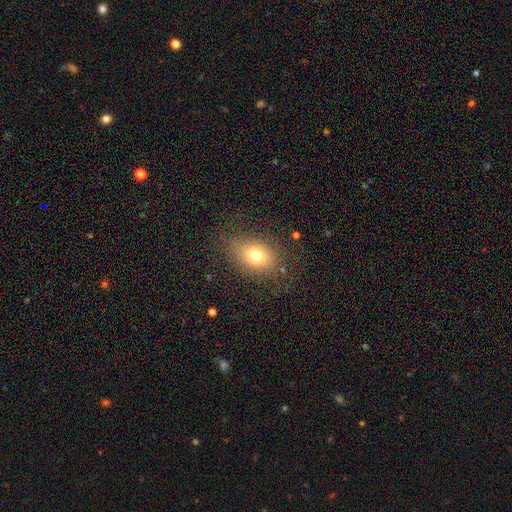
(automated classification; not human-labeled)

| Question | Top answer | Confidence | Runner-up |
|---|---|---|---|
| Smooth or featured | smooth | 72% | featured or disk (15%) |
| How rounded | in between | 68% | round (31%) |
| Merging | none | 77% | minor disturbance (14%) |